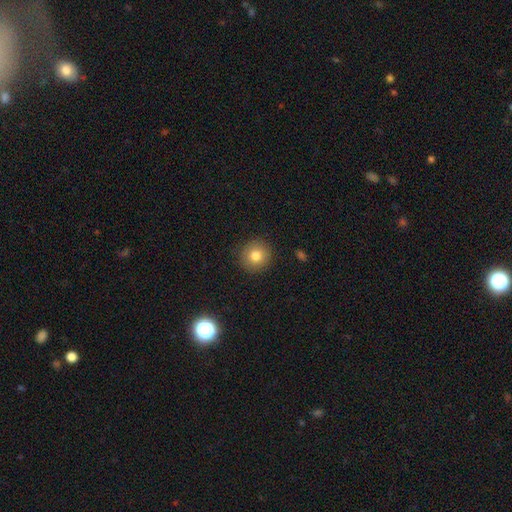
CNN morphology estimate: Smooth or featured?
  - smooth: 80% *
  - star or artifact: 10%
  - featured or disk: 9%
How rounded?
  - round: 93% *
  - in between: 6%
  - cigar-shaped: 1%
Merging?
  - none: 90% *
  - minor disturbance: 6%
  - major disturbance: 2%
  - merger: 1%